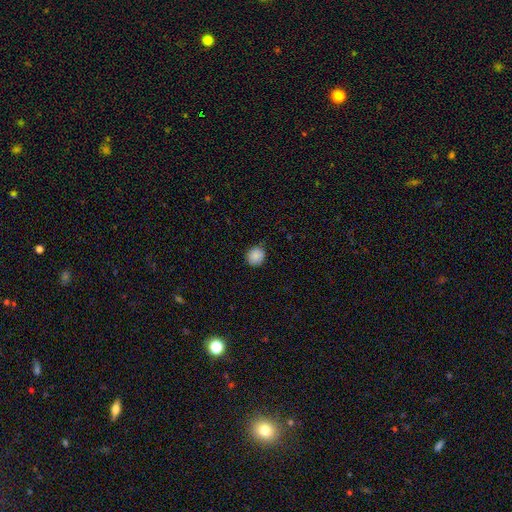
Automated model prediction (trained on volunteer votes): Smooth or featured? Predicted: smooth (p=0.87). How rounded? Predicted: round (p=0.88). Merging? Predicted: none (p=0.82).